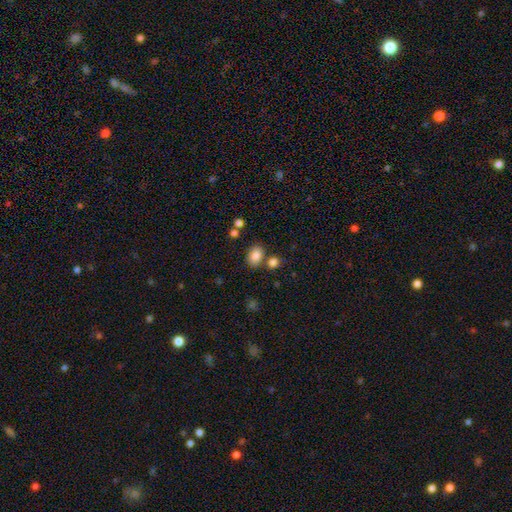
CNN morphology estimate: smooth_or_featured: smooth (p=0.84) [alt: star or artifact p=0.10]
how_rounded: in between (p=0.70) [alt: round p=0.29]
merging: none (p=0.72) [alt: merger p=0.14]